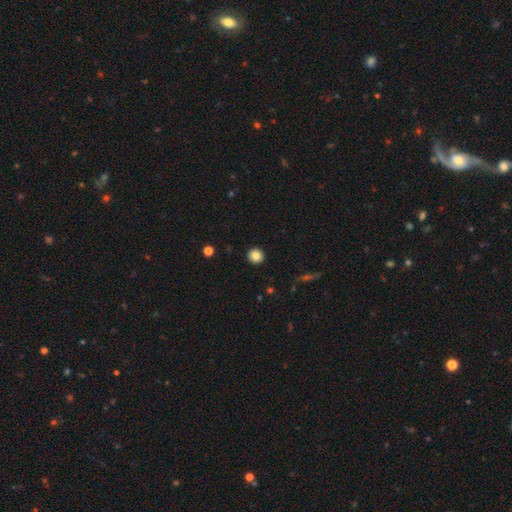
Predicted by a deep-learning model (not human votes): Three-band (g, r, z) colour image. It shows a smooth galaxy with no disk features (83%) that is round (94%). Merging: none (93%).